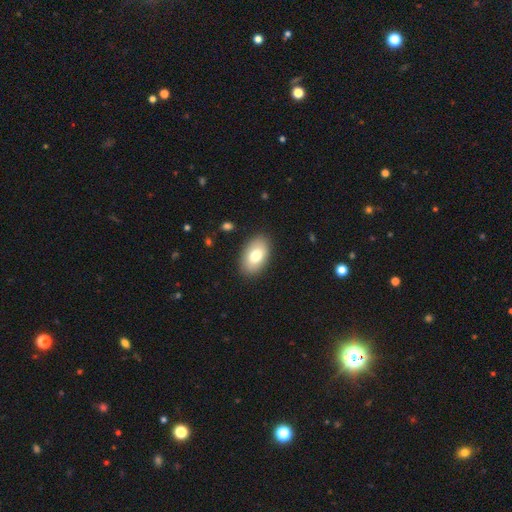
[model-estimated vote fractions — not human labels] Smooth or featured? smooth (78%)
How rounded? in between (92%)
Merging? none (87%)